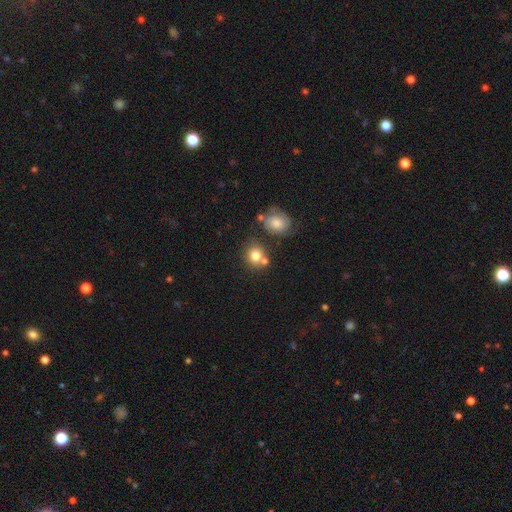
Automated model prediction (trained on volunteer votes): Smooth or featured?
  - smooth: 78% *
  - featured or disk: 11%
  - star or artifact: 11%
How rounded?
  - round: 78% *
  - in between: 21%
  - cigar-shaped: 1%
Merging?
  - none: 58% *
  - merger: 25%
  - minor disturbance: 13%
  - major disturbance: 5%